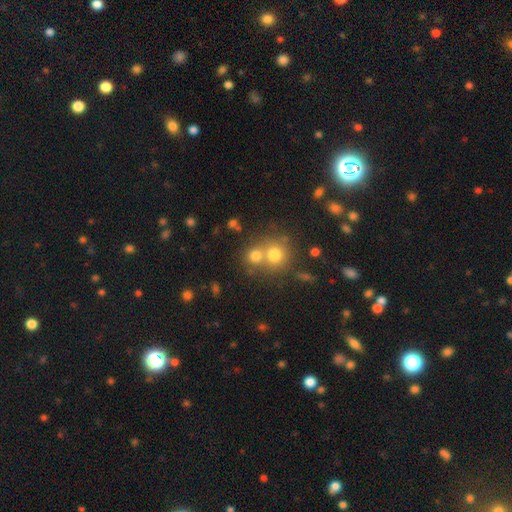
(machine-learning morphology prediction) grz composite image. It shows a smooth galaxy with no disk features (73%) that is round (85%). Merging: merger (46%).